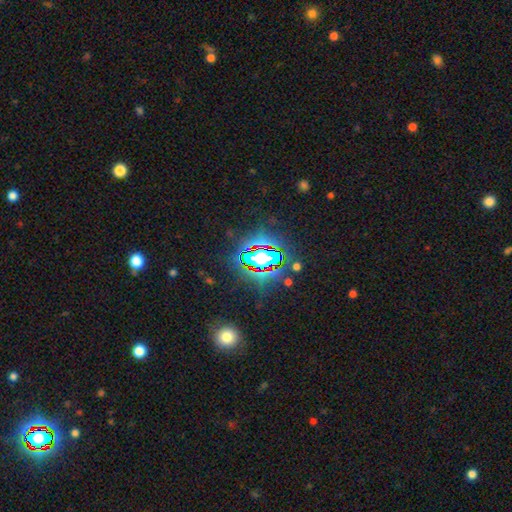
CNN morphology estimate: Smooth or featured: star or artifact — 76% (smooth — 14%)